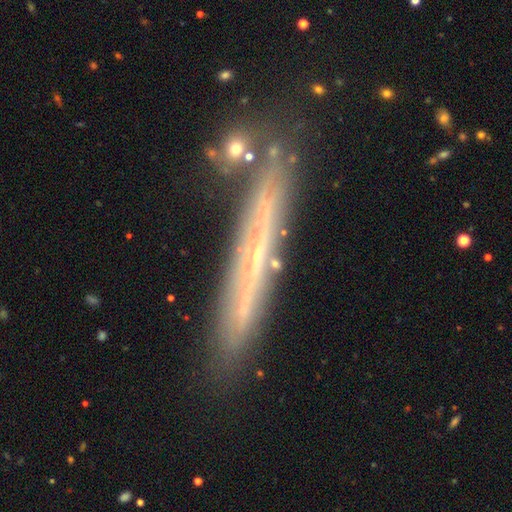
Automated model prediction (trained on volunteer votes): smooth_or_featured: featured or disk (p=0.67) [alt: smooth p=0.23]
disk_edge_on: yes (p=0.82) [alt: no p=0.18]
edge_on_bulge: none (p=0.73) [alt: rounded p=0.23]
merging: none (p=0.80) [alt: minor disturbance p=0.13]